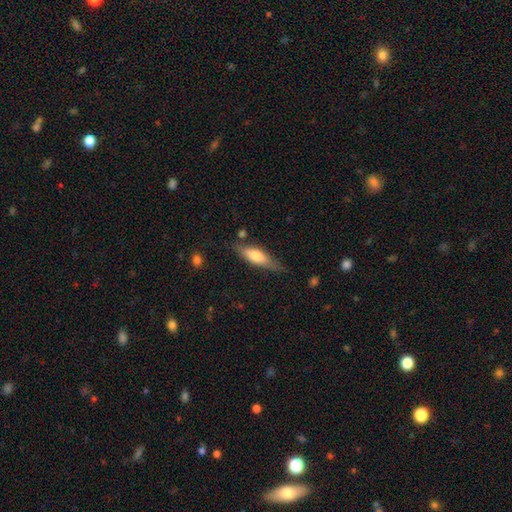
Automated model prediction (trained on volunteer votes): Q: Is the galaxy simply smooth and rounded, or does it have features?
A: smooth — 61%.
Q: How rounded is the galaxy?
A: cigar-shaped — 52%.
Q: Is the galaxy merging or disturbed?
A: none — 71%.